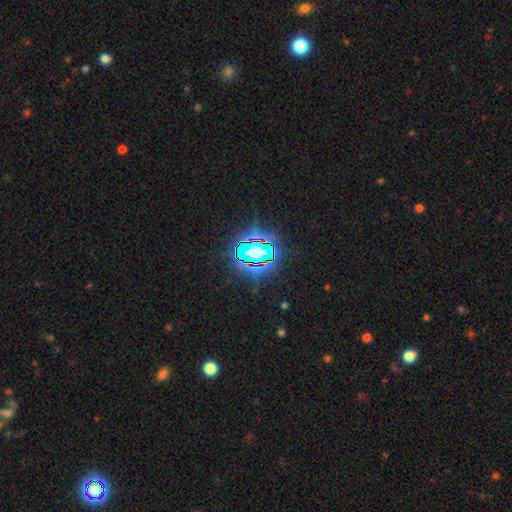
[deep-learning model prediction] Smooth or featured? Predicted: star or artifact (p=0.81).